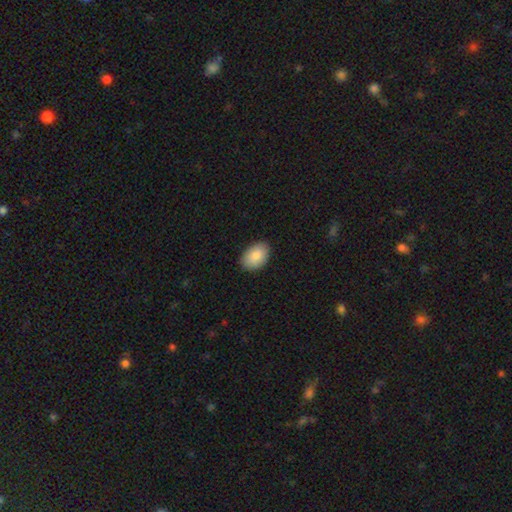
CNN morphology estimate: Smooth or featured? Predicted: smooth (p=0.87). How rounded? Predicted: in between (p=0.89). Merging? Predicted: none (p=0.87).